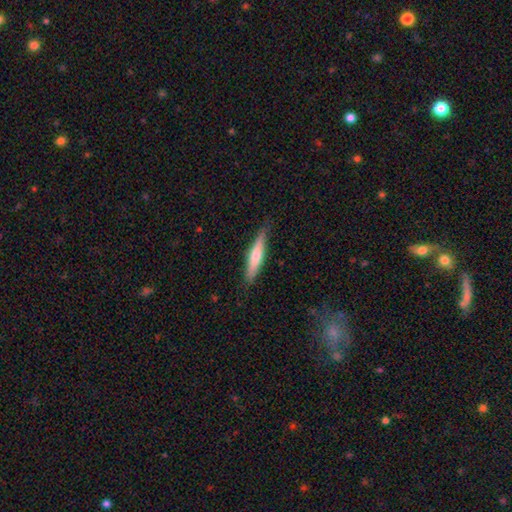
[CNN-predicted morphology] Smooth or featured? Predicted: smooth (p=0.54). How rounded? Predicted: cigar-shaped (p=0.88). Merging? Predicted: none (p=0.85).